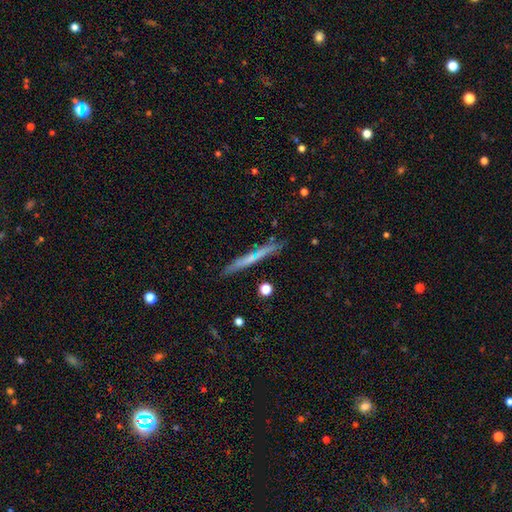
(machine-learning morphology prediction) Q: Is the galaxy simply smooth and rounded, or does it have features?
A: featured or disk — 49%.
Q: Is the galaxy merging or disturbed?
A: none — 85%.